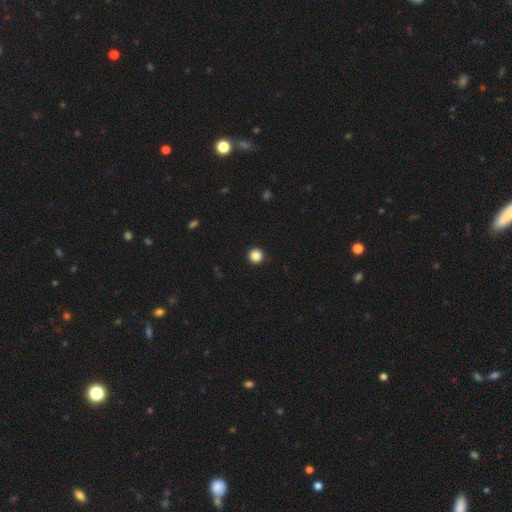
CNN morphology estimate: A smooth galaxy with no disk features (87%) that is round (96%).

Vote fractions:
- Smooth or featured? smooth: 87% / star or artifact: 10% / featured or disk: 3%
- How rounded? round: 96% / in between: 3% / cigar-shaped: 1%
- Merging? none: 94% / minor disturbance: 4% / major disturbance: 1% / merger: 1%